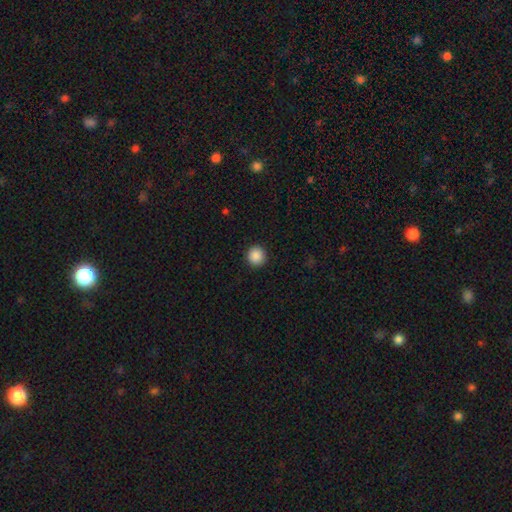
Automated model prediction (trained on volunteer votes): Smooth or featured: smooth — 89% (star or artifact — 9%)
How rounded: round — 93% (in between — 6%)
Merging: none — 93% (minor disturbance — 4%)